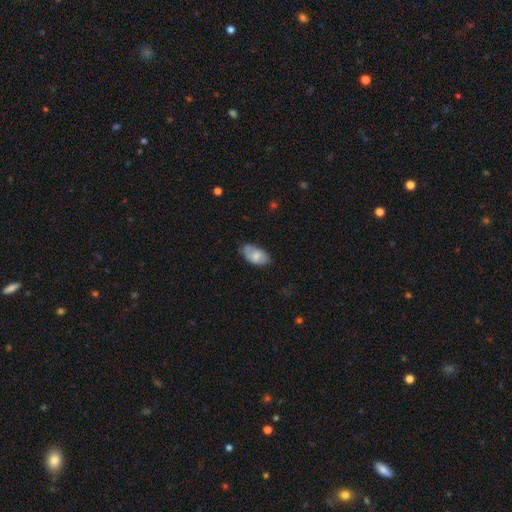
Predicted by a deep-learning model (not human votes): smooth 71%, featured or disk 23%, star or artifact 7%. Down the decision tree: how rounded — in between (94%); merging — none (65%).